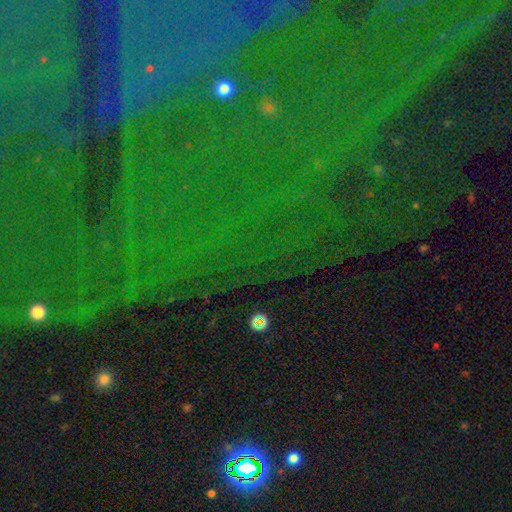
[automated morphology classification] A star or artifact, not a galaxy (80%).